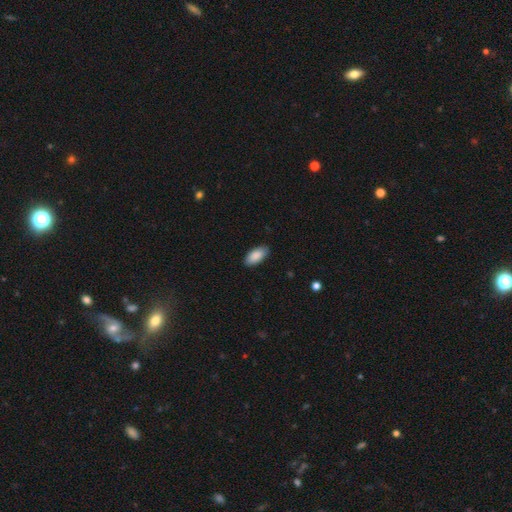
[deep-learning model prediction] Overall: smooth (90%). How rounded: in between (93%). Merging: none (88%).